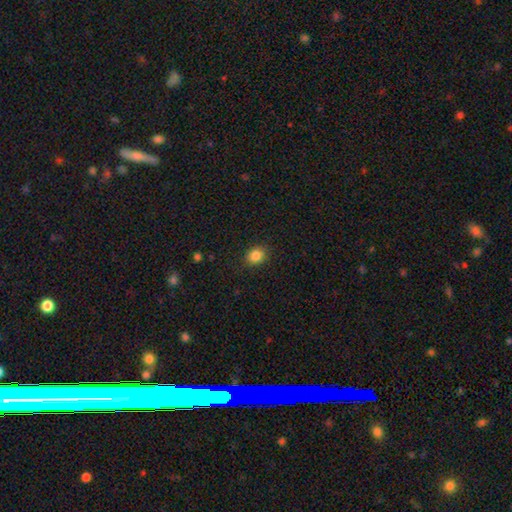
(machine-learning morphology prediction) Smooth or featured? Predicted: smooth (p=0.85). How rounded? Predicted: round (p=0.58). Merging? Predicted: none (p=0.87).